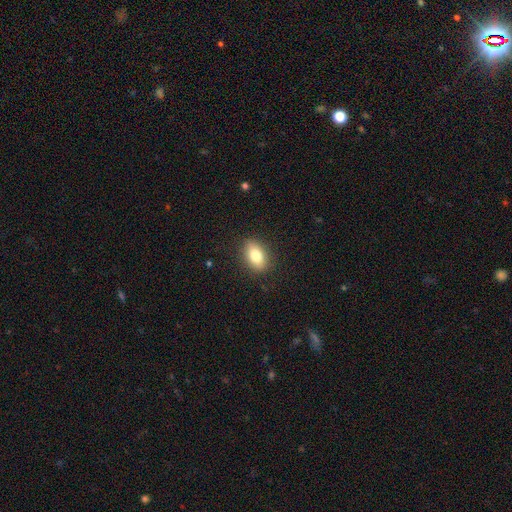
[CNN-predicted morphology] Overall: smooth (80%). How rounded: in between (84%). Merging: none (86%).